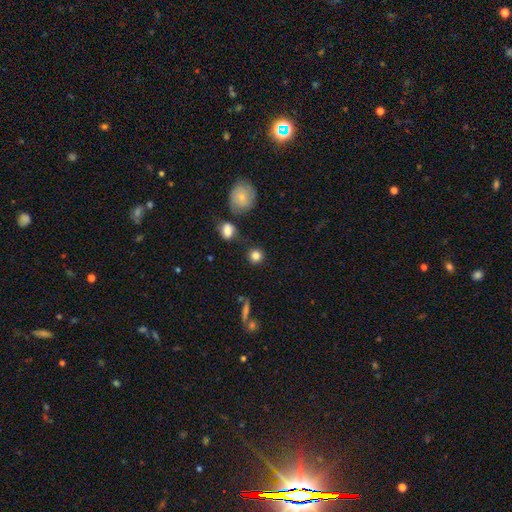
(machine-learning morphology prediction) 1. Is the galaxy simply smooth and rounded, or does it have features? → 84% smooth, 10% star or artifact, 6% featured or disk.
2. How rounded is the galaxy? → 90% round, 9% in between, 1% cigar-shaped.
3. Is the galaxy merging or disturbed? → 82% none, 10% minor disturbance, 5% merger, 4% major disturbance.